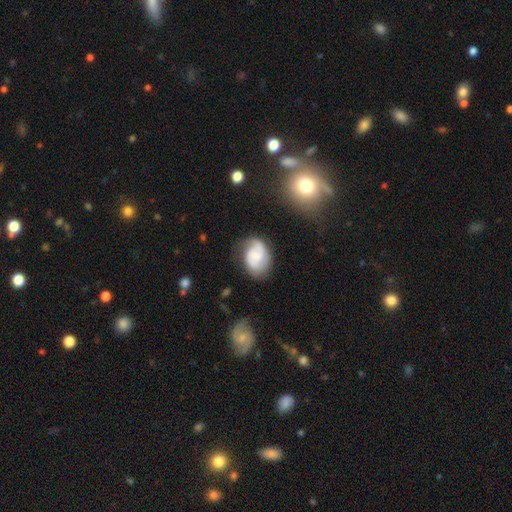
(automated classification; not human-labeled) Q: Smooth or featured?
A: featured or disk (65%); runner-up: smooth (28%)
Q: Edge-on disk?
A: no (97%); runner-up: yes (3%)
Q: Bar?
A: no (56%); runner-up: weak (37%)
Q: Spiral arms?
A: yes (92%); runner-up: no (8%)
Q: Spiral winding?
A: medium (45%); runner-up: tight (34%)
Q: Spiral arm count?
A: 2 (75%); runner-up: can't tell (12%)
Q: Bulge size?
A: small (55%); runner-up: moderate (30%)
Q: Merging?
A: none (67%); runner-up: minor disturbance (22%)